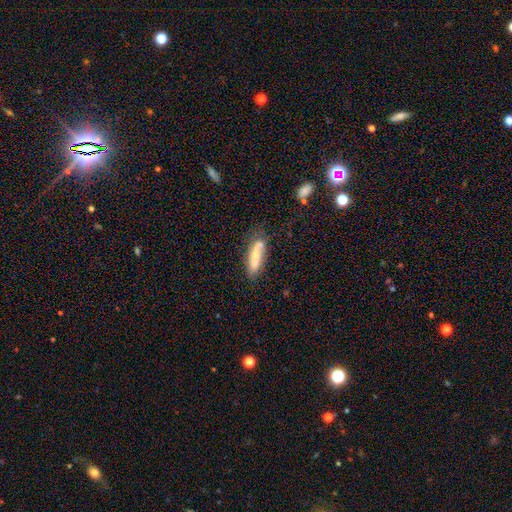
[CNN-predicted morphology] Smooth or featured? Predicted: smooth (p=0.52). How rounded? Predicted: cigar-shaped (p=0.50). Merging? Predicted: none (p=0.62).